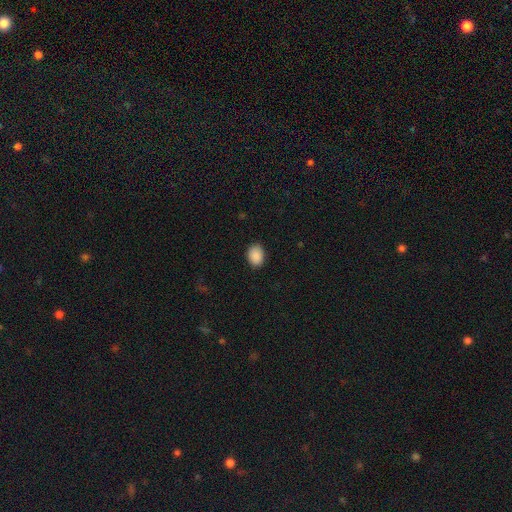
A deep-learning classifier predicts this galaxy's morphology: A smooth galaxy with no disk features (90%) that is in between round and cigar-shaped (69%).

Vote fractions:
- Smooth or featured? smooth: 90% / star or artifact: 7% / featured or disk: 3%
- How rounded? in between: 69% / round: 30% / cigar-shaped: 1%
- Merging? none: 88% / minor disturbance: 9% / major disturbance: 2% / merger: 1%